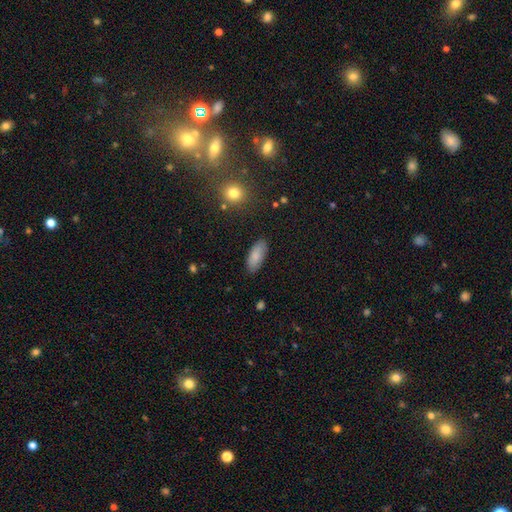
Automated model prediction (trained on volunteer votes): Smooth or featured?
  - smooth: 84% *
  - featured or disk: 10%
  - star or artifact: 6%
How rounded?
  - in between: 85% *
  - cigar-shaped: 13%
  - round: 2%
Merging?
  - none: 86% *
  - minor disturbance: 11%
  - major disturbance: 2%
  - merger: 1%